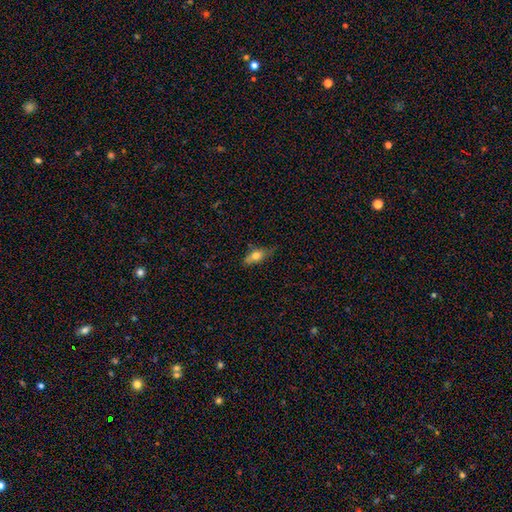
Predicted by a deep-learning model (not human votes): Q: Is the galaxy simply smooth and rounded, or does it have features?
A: smooth — 67%.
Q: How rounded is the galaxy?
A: in between — 72%.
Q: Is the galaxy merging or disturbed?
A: none — 62%.